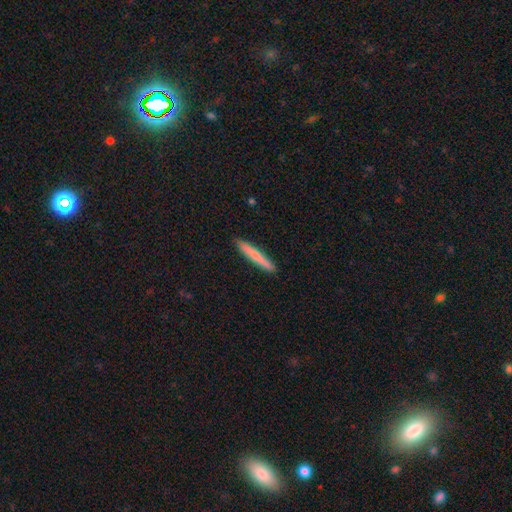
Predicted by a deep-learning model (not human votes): Overall: smooth (67%; featured or disk 27%). How rounded: cigar-shaped (95%). Merging: none (91%).